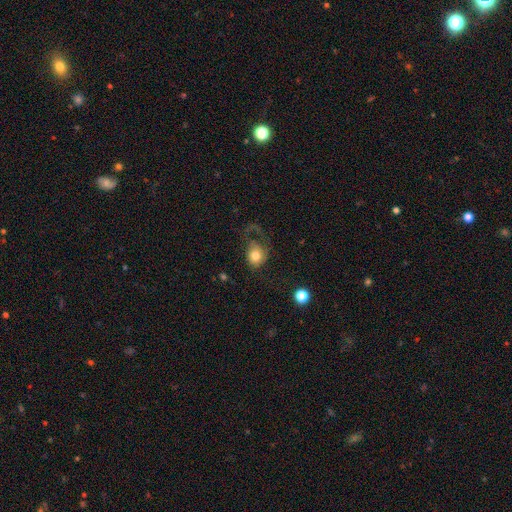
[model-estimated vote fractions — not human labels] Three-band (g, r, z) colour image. It shows a smooth galaxy with no disk features (72%) that is round (63%). Merging: major disturbance (47%).